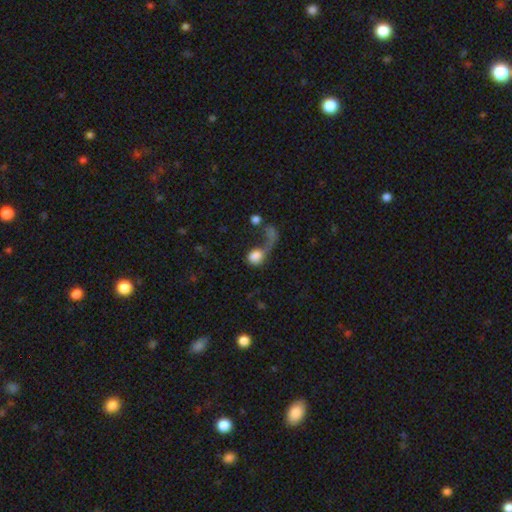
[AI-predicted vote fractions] A smooth galaxy with no disk features (68%) that is round (52%).

Vote fractions:
- Smooth or featured? smooth: 68% / featured or disk: 22% / star or artifact: 9%
- How rounded? round: 52% / in between: 45% / cigar-shaped: 3%
- Merging? major disturbance: 48% / merger: 25% / none: 17% / minor disturbance: 10%